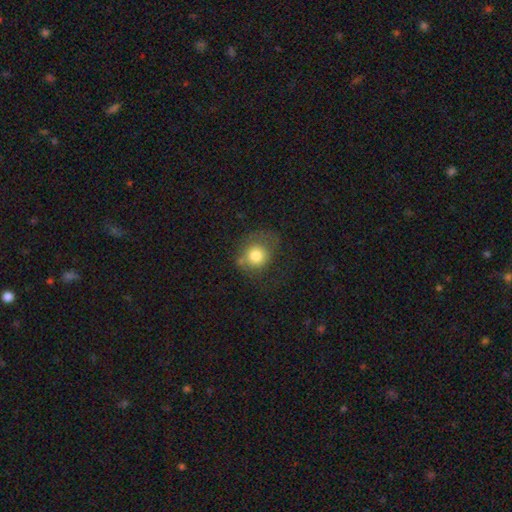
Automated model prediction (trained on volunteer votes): smooth_or_featured: smooth (p=0.77) [alt: featured or disk p=0.13]
how_rounded: round (p=0.78) [alt: in between p=0.21]
merging: none (p=0.51) [alt: minor disturbance p=0.26]